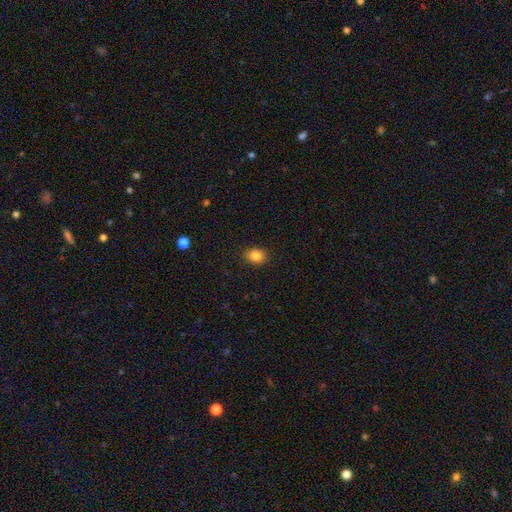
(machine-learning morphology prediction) Smooth or featured? smooth (85%)
How rounded? in between (54%)
Merging? none (88%)